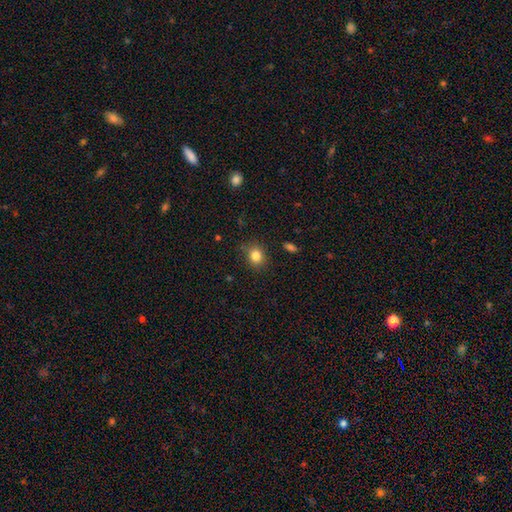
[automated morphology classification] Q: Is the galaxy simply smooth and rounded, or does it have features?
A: smooth — 83%.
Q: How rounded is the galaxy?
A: round — 64%.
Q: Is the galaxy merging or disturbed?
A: none — 81%.